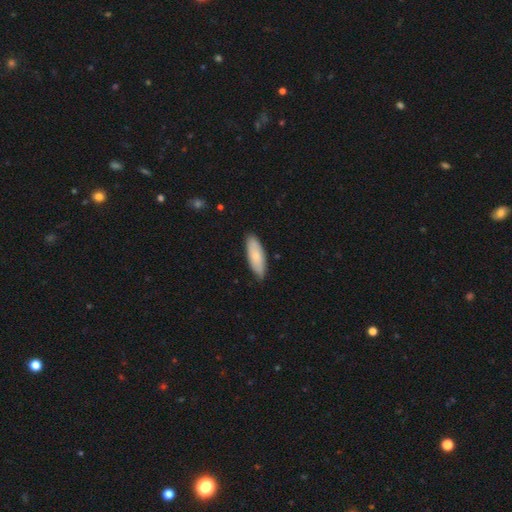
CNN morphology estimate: This is likely a smooth galaxy (79%). How rounded: likely in between (65%). Merging: clearly none (82%).